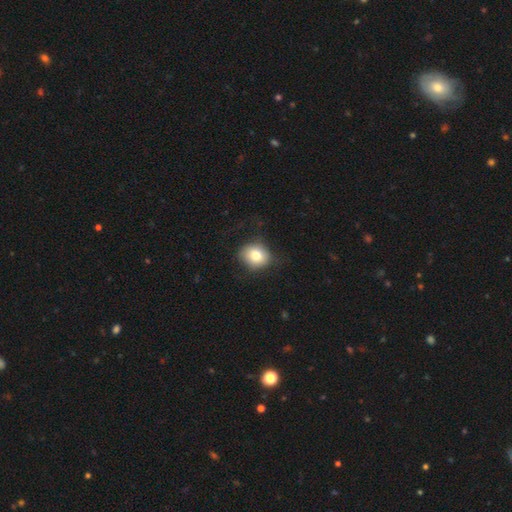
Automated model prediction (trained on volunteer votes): smooth_or_featured: smooth (p=0.79) [alt: featured or disk p=0.12]
how_rounded: round (p=0.69) [alt: in between p=0.31]
merging: none (p=0.72) [alt: minor disturbance p=0.19]